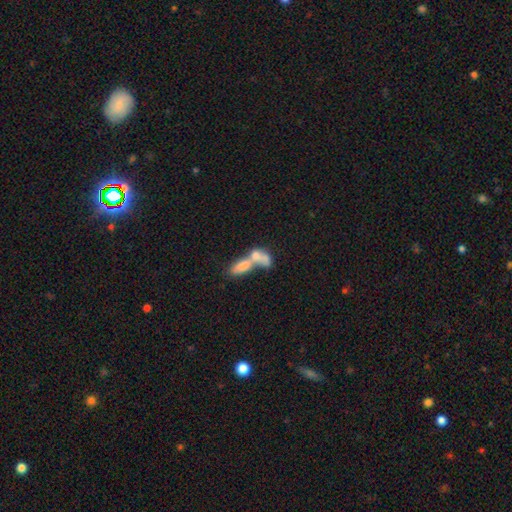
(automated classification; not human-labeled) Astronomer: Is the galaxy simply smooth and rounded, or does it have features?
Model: smooth — 50% (runner-up: featured or disk, 31%).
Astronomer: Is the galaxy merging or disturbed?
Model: merger — 66%.